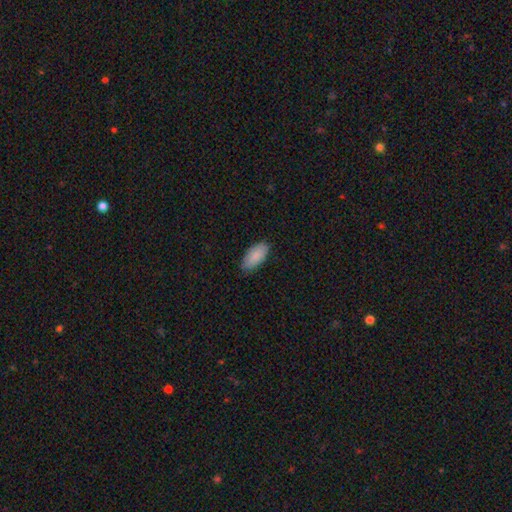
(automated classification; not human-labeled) Smooth or featured?
  - smooth: 88% *
  - featured or disk: 6%
  - star or artifact: 6%
How rounded?
  - in between: 92% *
  - cigar-shaped: 7%
  - round: 2%
Merging?
  - none: 81% *
  - minor disturbance: 16%
  - major disturbance: 2%
  - merger: 1%